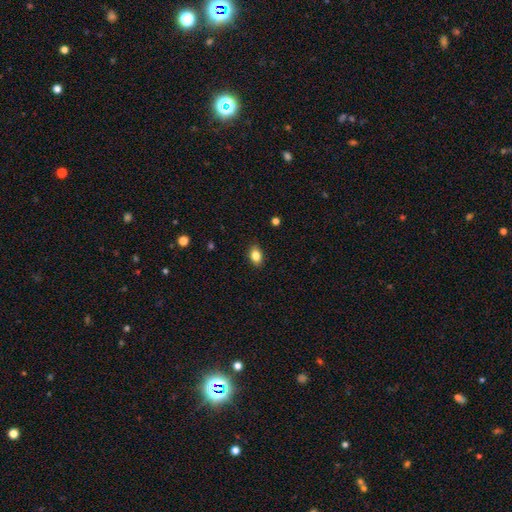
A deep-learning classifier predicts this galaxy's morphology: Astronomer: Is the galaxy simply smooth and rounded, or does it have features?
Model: smooth — 84%.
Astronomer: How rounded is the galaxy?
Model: in between — 82%.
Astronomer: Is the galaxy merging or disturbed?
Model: none — 87%.